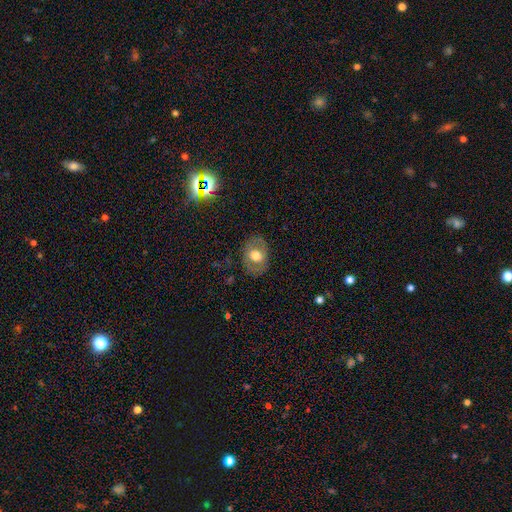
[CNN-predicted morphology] smooth-or-featured: smooth: 50% | featured or disk: 42% | star or artifact: 8%
  merging: none: 79% | minor disturbance: 14% | major disturbance: 6% | merger: 1%